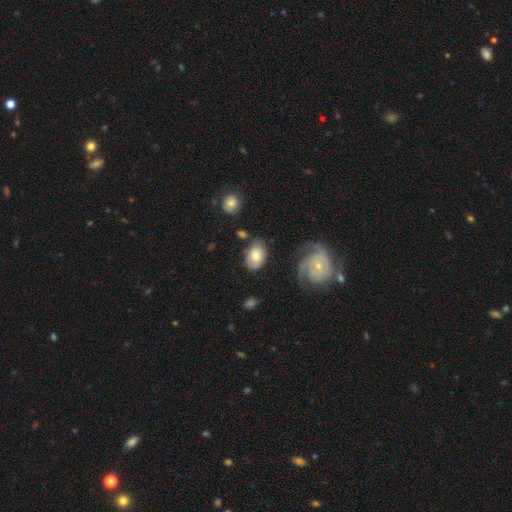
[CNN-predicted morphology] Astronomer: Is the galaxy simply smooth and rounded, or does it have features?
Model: smooth — 69%.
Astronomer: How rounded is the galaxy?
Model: in between — 81%.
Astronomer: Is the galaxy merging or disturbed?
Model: none — 61%.